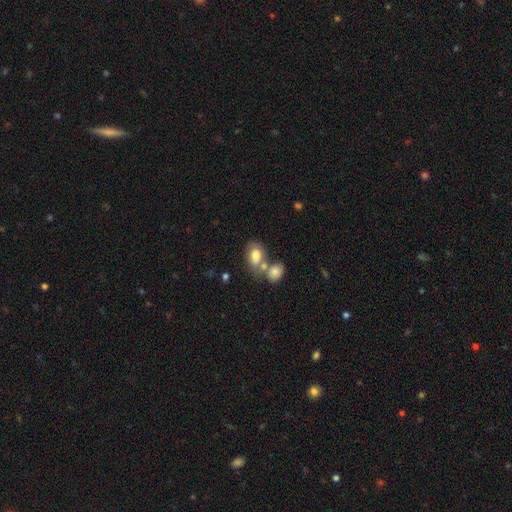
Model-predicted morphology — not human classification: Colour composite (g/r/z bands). It shows a smooth galaxy with no disk features (77%) that is in between round and cigar-shaped (81%). Merging: merger (45%).